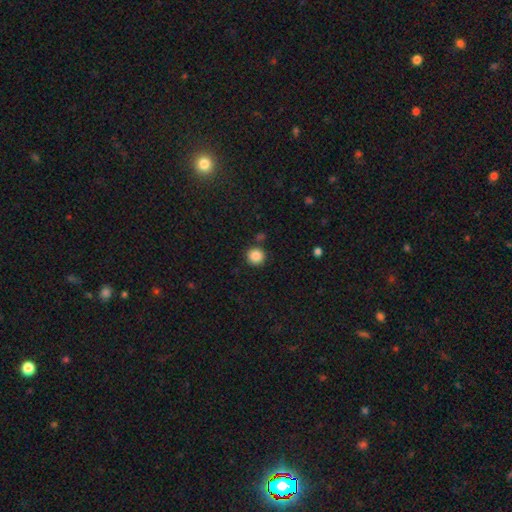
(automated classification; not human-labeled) Smooth or featured? Predicted: smooth (p=0.87). How rounded? Predicted: round (p=0.94). Merging? Predicted: none (p=0.85).